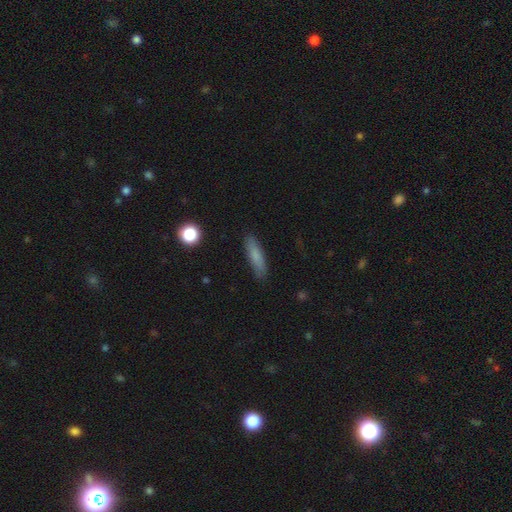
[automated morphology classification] type=smooth (79%); roundness=cigar-shaped (68%); merging=none (85%).